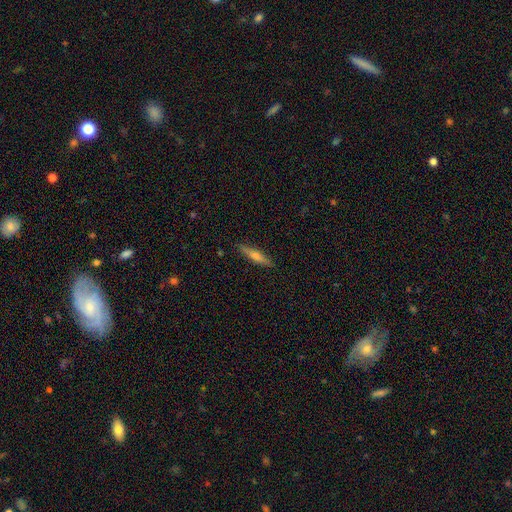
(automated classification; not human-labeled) This appears to be a featured or disk galaxy (53%) viewed edge-on (95%) with a rounded central bulge (85%). Merging: none (90%).